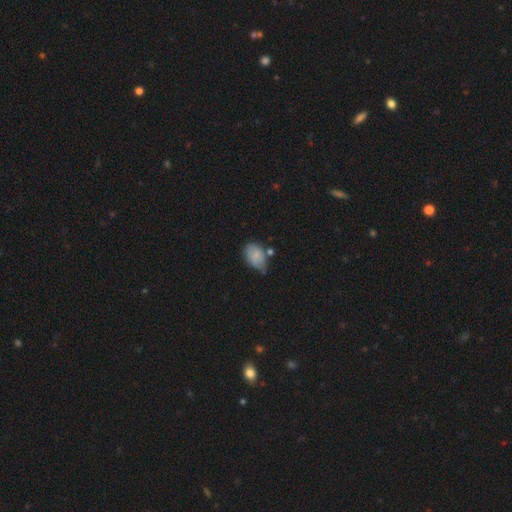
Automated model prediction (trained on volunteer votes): The model was most divided on "merging": none: 44%, minor disturbance: 37%, merger: 10%, major disturbance: 9%. More confident: how rounded — in between (83%); smooth or featured — smooth (78%).